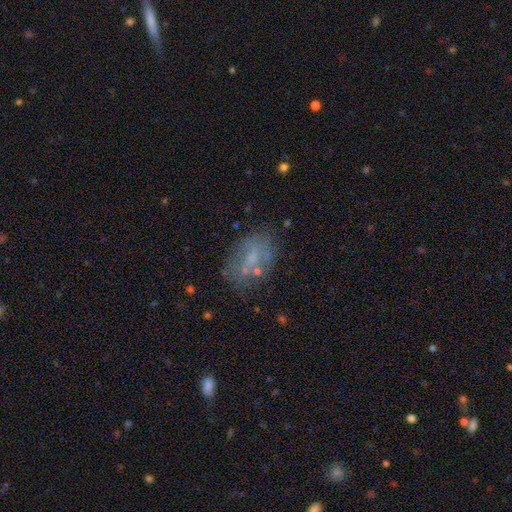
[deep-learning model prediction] Morphology: type=featured or disk (41%); merging=none (65%).